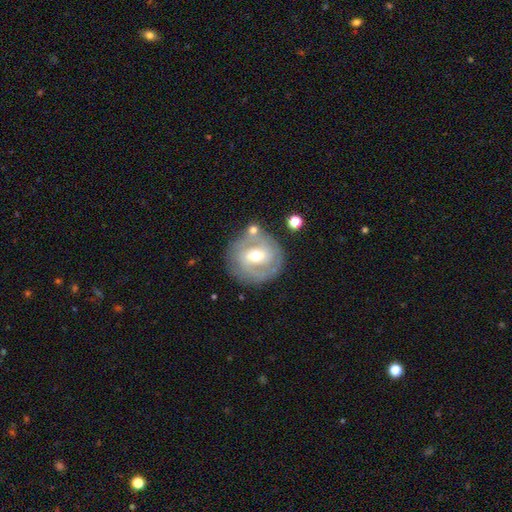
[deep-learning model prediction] featured or disk 66%, smooth 27%, star or artifact 7%. Down the decision tree: edge-on disk — no (96%); bar — weak (47%); spiral arms — yes (68%); bulge size — moderate (73%); merging — none (72%).